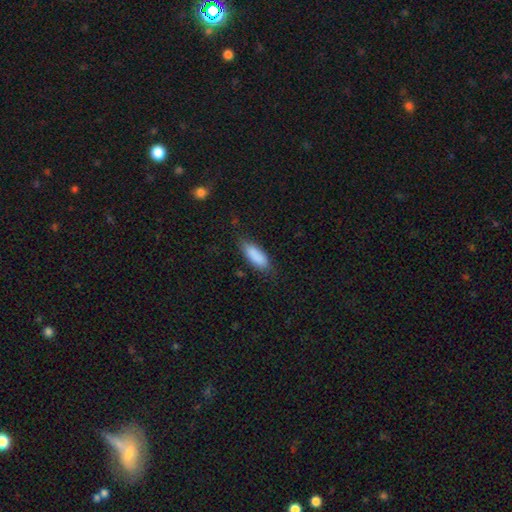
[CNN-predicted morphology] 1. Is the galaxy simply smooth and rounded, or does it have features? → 87% smooth, 7% featured or disk, 6% star or artifact.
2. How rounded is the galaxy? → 73% in between, 26% cigar-shaped, 2% round.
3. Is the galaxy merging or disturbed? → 72% none, 21% minor disturbance, 5% major disturbance, 2% merger.